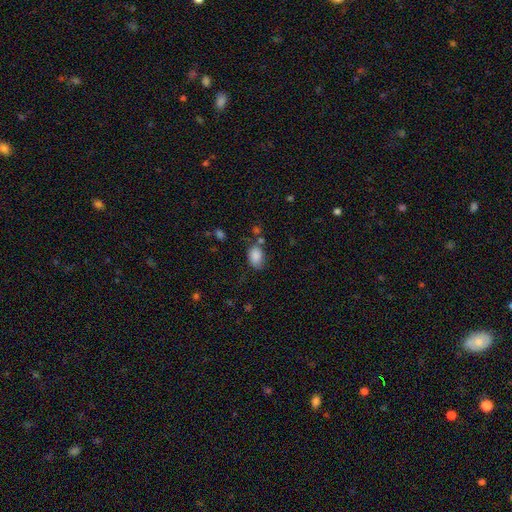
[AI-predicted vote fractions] Smooth or featured? Predicted: smooth (p=0.86). How rounded? Predicted: in between (p=0.85). Merging? Predicted: none (p=0.63).